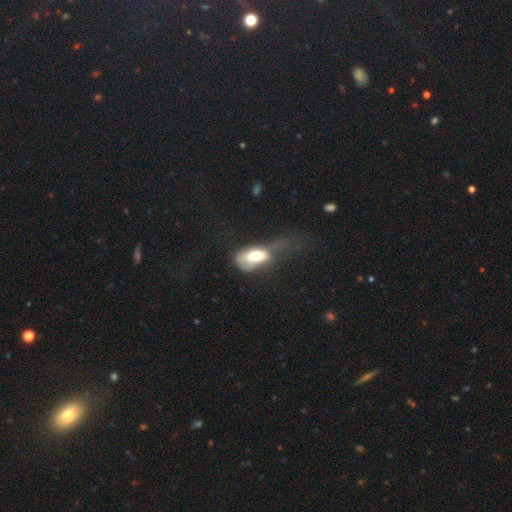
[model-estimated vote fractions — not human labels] Q: Smooth or featured?
A: smooth (69%); runner-up: featured or disk (24%)
Q: How rounded?
A: in between (89%); runner-up: cigar-shaped (6%)
Q: Merging?
A: major disturbance (50%); runner-up: minor disturbance (27%)